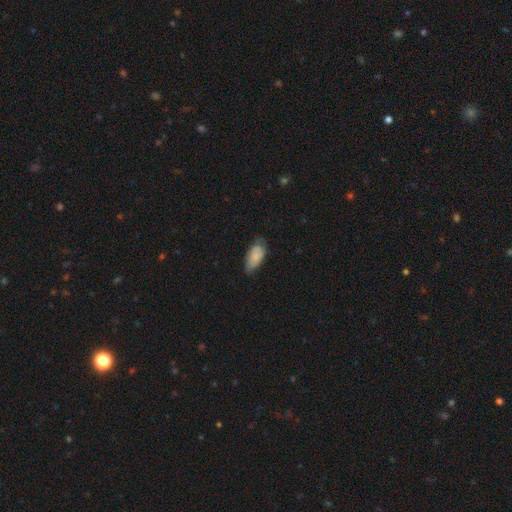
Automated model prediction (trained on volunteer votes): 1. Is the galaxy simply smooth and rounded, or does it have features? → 81% smooth, 13% featured or disk, 7% star or artifact.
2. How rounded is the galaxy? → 91% in between, 7% cigar-shaped, 2% round.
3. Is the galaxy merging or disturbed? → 56% none, 35% minor disturbance, 8% major disturbance, 2% merger.